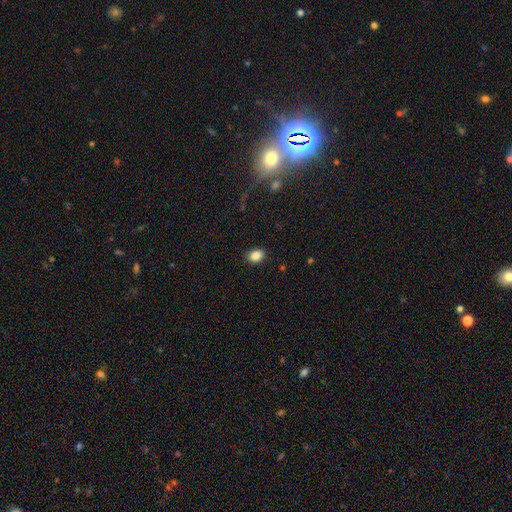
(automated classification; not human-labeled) smooth_or_featured: smooth (p=0.88) [alt: star or artifact p=0.09]
how_rounded: in between (p=0.68) [alt: round p=0.31]
merging: none (p=0.88) [alt: minor disturbance p=0.08]